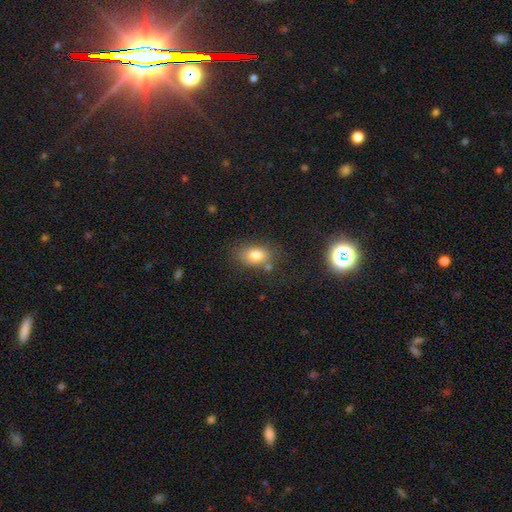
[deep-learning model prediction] A smooth galaxy with no disk features (78%) that is in between round and cigar-shaped (80%).

Vote fractions:
- Smooth or featured? smooth: 78% / featured or disk: 11% / star or artifact: 11%
- How rounded? in between: 80% / round: 18% / cigar-shaped: 2%
- Merging? none: 70% / minor disturbance: 17% / merger: 8% / major disturbance: 5%